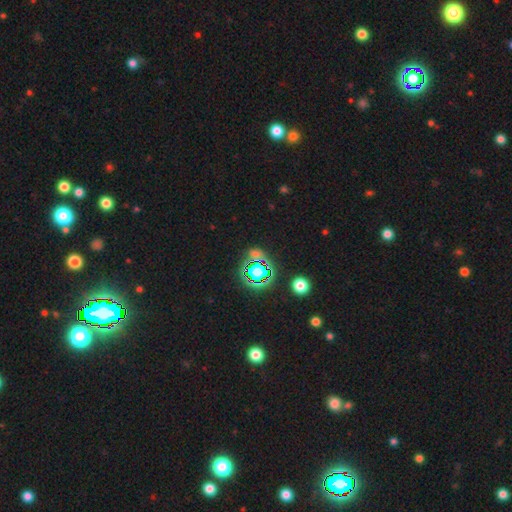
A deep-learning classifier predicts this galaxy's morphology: smooth-or-featured: star or artifact: 71% | smooth: 20% | featured or disk: 9%